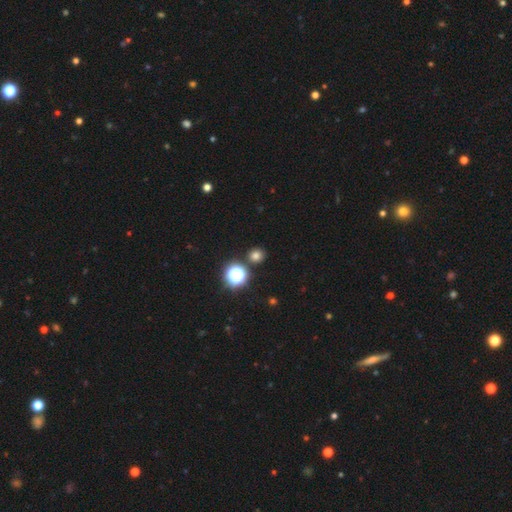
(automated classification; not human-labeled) Overall: smooth (73%). How rounded: round (87%). Merging: none (86%).